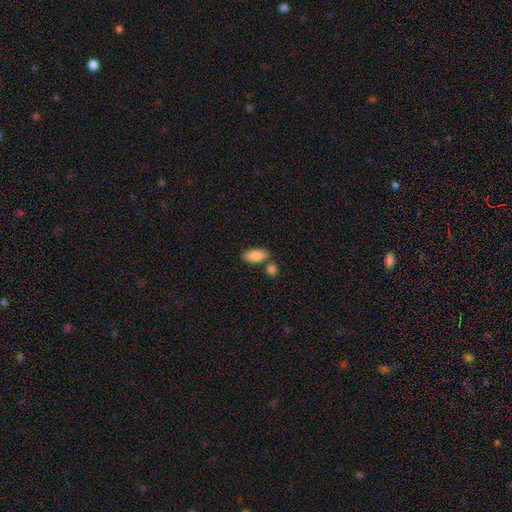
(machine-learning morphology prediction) A smooth galaxy with no disk features (85%) that is in between round and cigar-shaped (88%). Merging: none (69%).